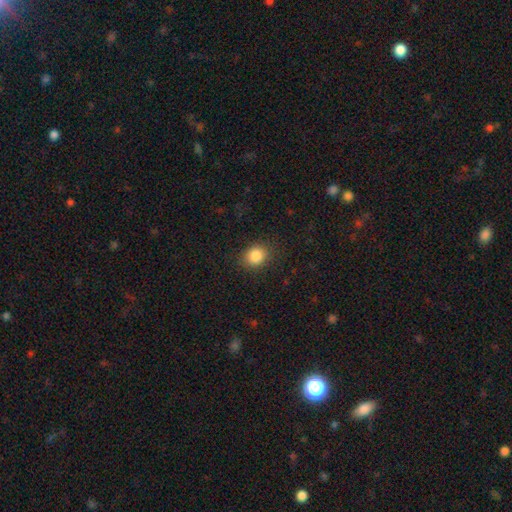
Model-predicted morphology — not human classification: Overall: smooth (86%). How rounded: round (65%; in between 34%). Merging: none (85%).